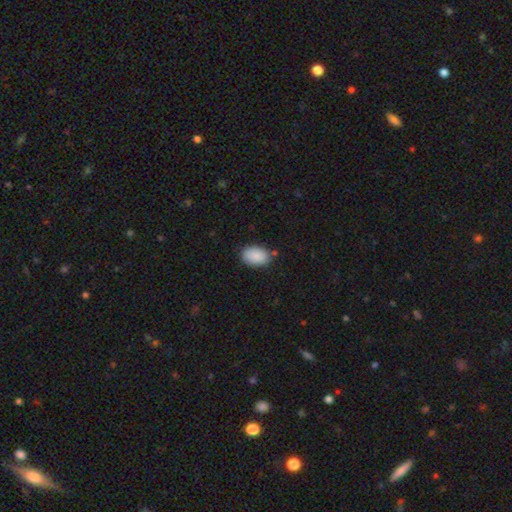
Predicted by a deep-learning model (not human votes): Smooth or featured: smooth — 90% (star or artifact — 7%)
How rounded: in between — 90% (round — 9%)
Merging: none — 82% (minor disturbance — 14%)